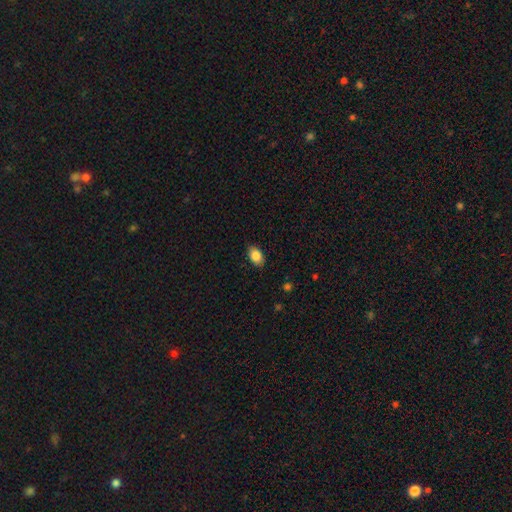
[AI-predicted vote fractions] Smooth or featured? smooth (85%)
How rounded? in between (87%)
Merging? none (84%)